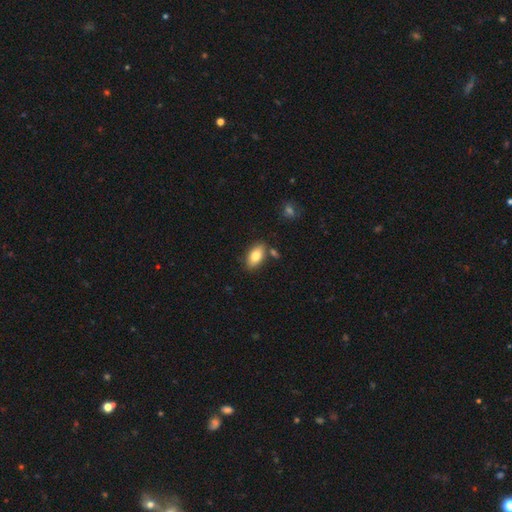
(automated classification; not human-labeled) Smooth or featured? Predicted: smooth (p=0.80). How rounded? Predicted: in between (p=0.91). Merging? Predicted: none (p=0.79).